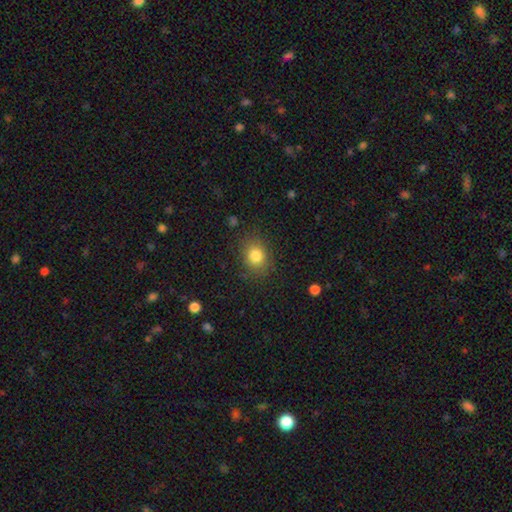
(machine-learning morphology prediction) Q: Smooth or featured?
A: smooth (83%); runner-up: star or artifact (10%)
Q: How rounded?
A: round (58%); runner-up: in between (41%)
Q: Merging?
A: none (82%); runner-up: minor disturbance (12%)